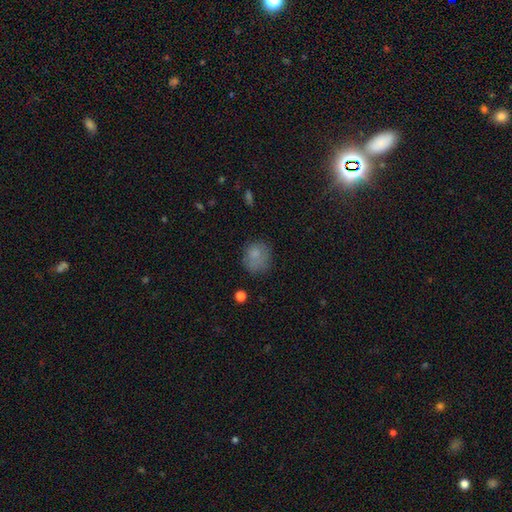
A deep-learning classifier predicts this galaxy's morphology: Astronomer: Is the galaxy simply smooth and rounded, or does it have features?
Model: smooth — 78%.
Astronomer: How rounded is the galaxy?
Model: round — 73%.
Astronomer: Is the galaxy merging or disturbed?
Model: none — 61%.